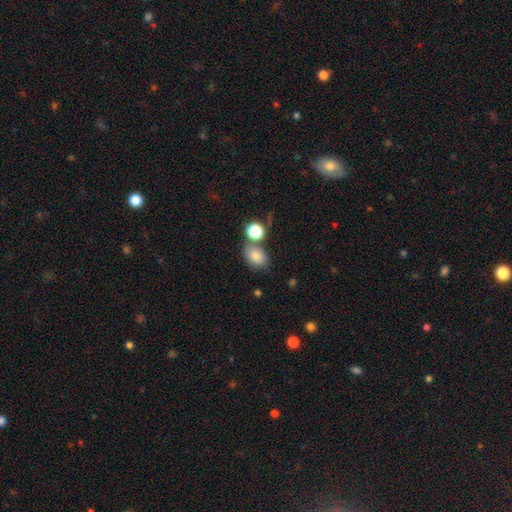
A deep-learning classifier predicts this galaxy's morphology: Overall: smooth (82%). How rounded: in between (70%). Merging: none (63%).